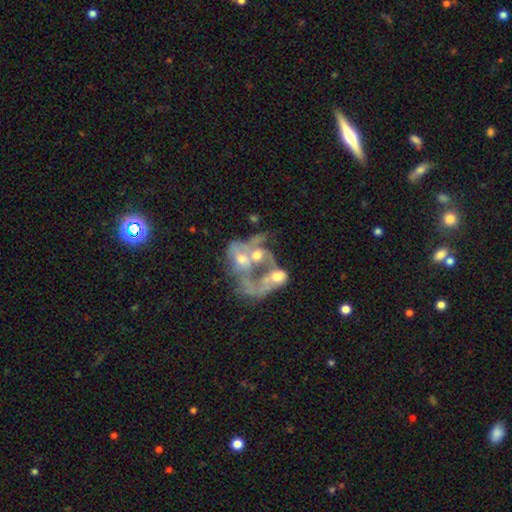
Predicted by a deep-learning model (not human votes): This is likely a featured or disk galaxy (70%). It is clearly not viewed edge-on (98%). Bar: clearly no (82%). Spiral arm pattern: likely no (65%). Central bulge: possibly moderate (46%). Merging: likely merger (62%).